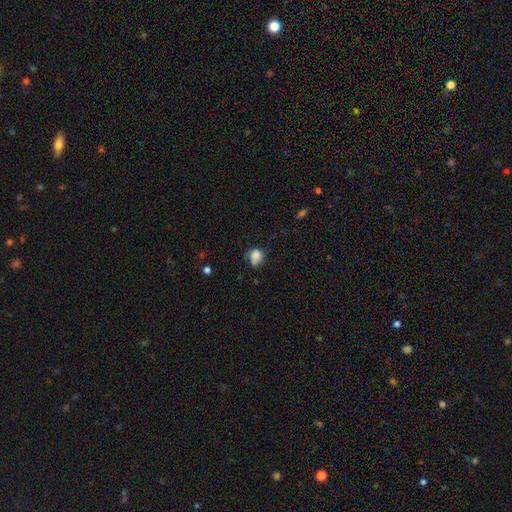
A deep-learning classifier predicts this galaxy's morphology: This is likely a smooth galaxy (79%). How rounded: possibly round (59%). Merging: marginally none (44%).